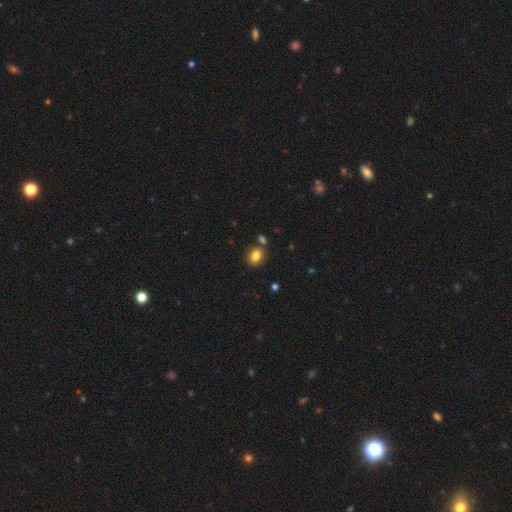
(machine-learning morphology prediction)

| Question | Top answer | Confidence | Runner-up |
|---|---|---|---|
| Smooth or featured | smooth | 83% | star or artifact (10%) |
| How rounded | in between | 52% | round (47%) |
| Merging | none | 75% | merger (11%) |